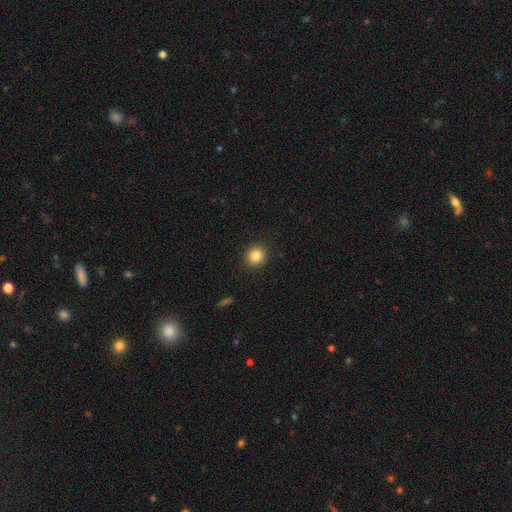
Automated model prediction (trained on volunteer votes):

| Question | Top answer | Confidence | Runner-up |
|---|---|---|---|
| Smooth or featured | smooth | 85% | star or artifact (10%) |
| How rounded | round | 85% | in between (14%) |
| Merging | none | 91% | minor disturbance (6%) |